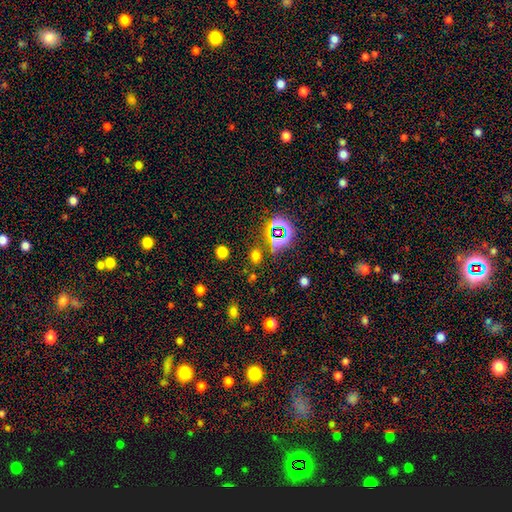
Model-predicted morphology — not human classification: The model was most divided on "how rounded": round: 56%, in between: 42%, cigar-shaped: 2%. More confident: merging — none (81%); smooth or featured — smooth (55%).